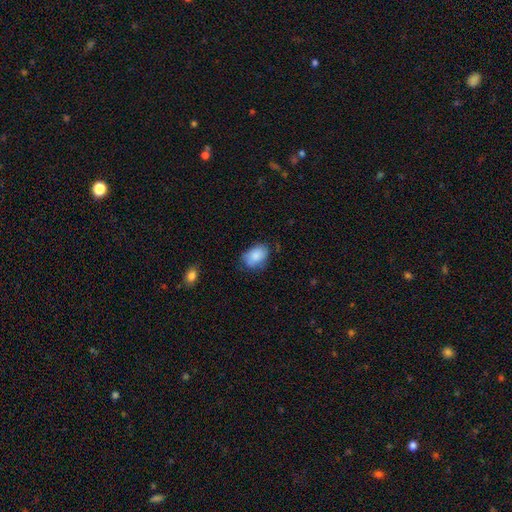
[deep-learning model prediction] This appears to be a smooth galaxy with no disk features (85%) that is in between round and cigar-shaped (81%). Merging: none (68%).